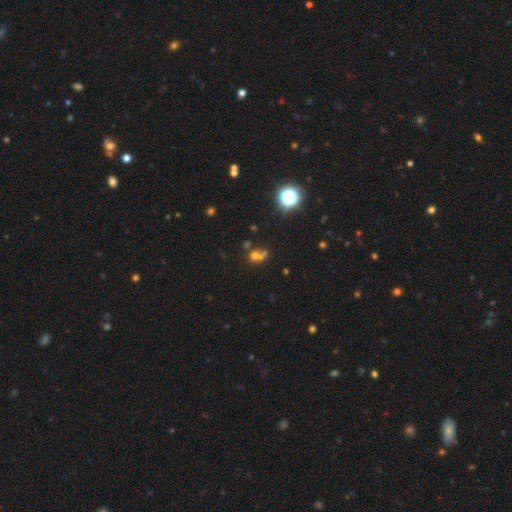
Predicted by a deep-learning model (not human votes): Morphology: type=smooth (51%); roundness=round (82%); merging=merger (47%).